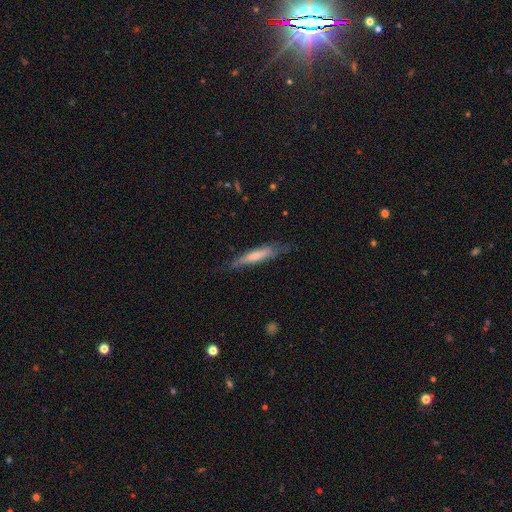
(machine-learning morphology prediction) A smooth galaxy with no disk features (56%) that is cigar-shaped (87%).

Vote fractions:
- Smooth or featured? smooth: 56% / featured or disk: 38% / star or artifact: 6%
- How rounded? cigar-shaped: 87% / in between: 12% / round: 1%
- Merging? none: 66% / minor disturbance: 24% / major disturbance: 8% / merger: 2%